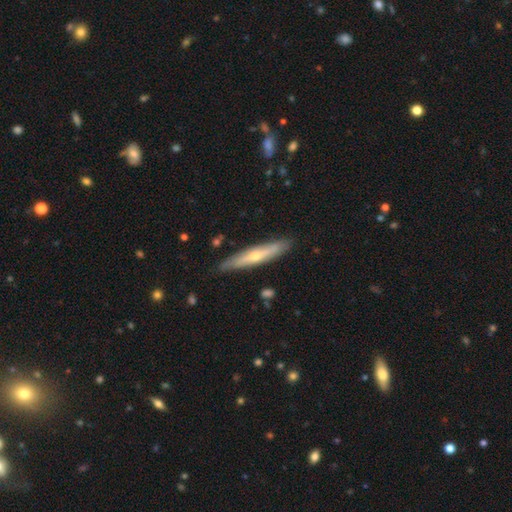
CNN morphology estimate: A featured or disk galaxy (58%) viewed edge-on (86%).

Vote fractions:
- Smooth or featured? featured or disk: 58% / smooth: 36% / star or artifact: 6%
- Edge-on disk? yes: 86% / no: 14%
- Merging? none: 87% / minor disturbance: 10% / major disturbance: 2% / merger: 1%